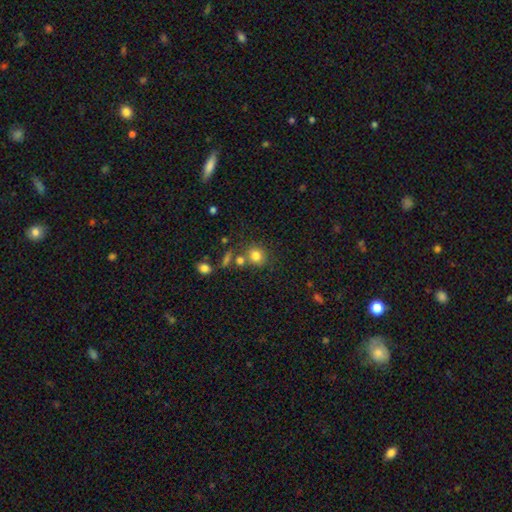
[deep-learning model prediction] smooth-or-featured: smooth: 79% | star or artifact: 13% | featured or disk: 8%
  how-rounded: round: 77% | in between: 22% | cigar-shaped: 1%
  merging: none: 65% | merger: 18% | minor disturbance: 12% | major disturbance: 5%